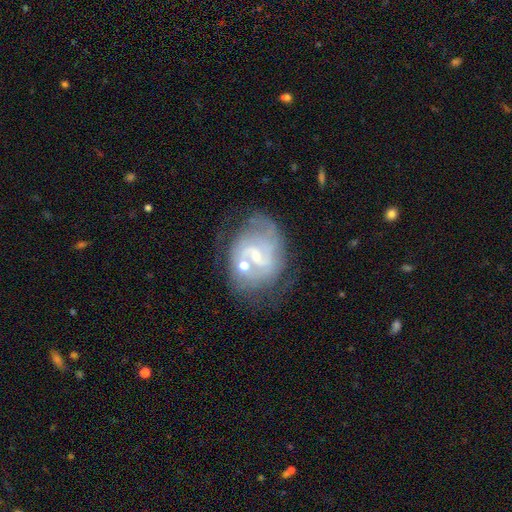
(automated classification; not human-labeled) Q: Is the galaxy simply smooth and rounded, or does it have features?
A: featured or disk — 78%.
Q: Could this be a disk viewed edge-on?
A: no — 97%.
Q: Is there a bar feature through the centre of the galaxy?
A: weak — 52%.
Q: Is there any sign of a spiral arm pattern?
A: yes — 85%.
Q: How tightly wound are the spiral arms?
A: medium — 41%.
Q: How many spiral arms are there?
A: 2 — 55%.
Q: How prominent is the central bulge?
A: small — 63%.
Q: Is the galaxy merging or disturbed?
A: none — 51%.